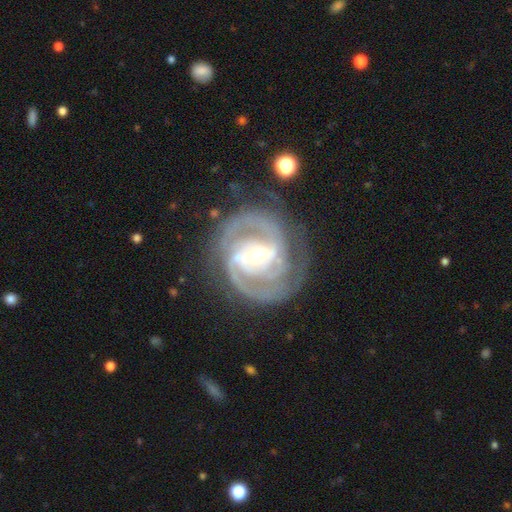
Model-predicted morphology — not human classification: Smooth or featured? Predicted: featured or disk (p=0.92). Edge-on disk? Predicted: no (p=0.98). Bar? Predicted: strong (p=0.47). Spiral arms? Predicted: yes (p=0.98). Spiral winding? Predicted: tight (p=0.57). Spiral arm count? Predicted: 2 (p=0.69). Bulge size? Predicted: moderate (p=0.60). Merging? Predicted: none (p=0.73).